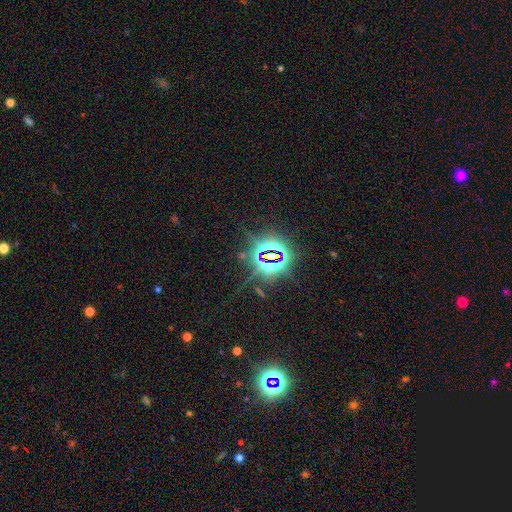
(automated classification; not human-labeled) This is clearly a star or artifact rather than a galaxy (82%).